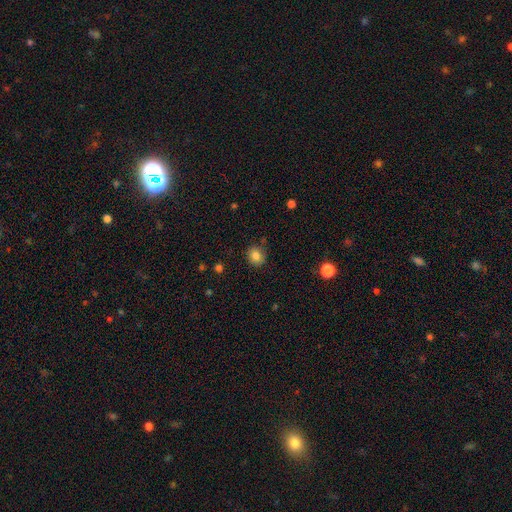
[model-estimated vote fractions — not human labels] smooth_or_featured: smooth (p=0.83) [alt: star or artifact p=0.11]
how_rounded: round (p=0.76) [alt: in between p=0.23]
merging: none (p=0.86) [alt: minor disturbance p=0.09]